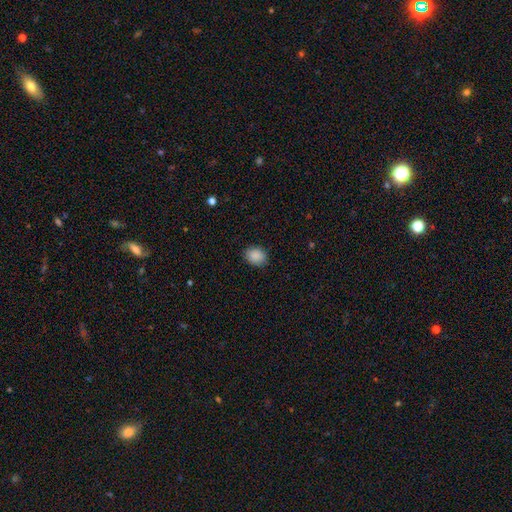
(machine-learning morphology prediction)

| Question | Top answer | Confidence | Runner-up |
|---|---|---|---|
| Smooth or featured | smooth | 89% | star or artifact (8%) |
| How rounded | in between | 50% | round (49%) |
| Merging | none | 86% | minor disturbance (10%) |